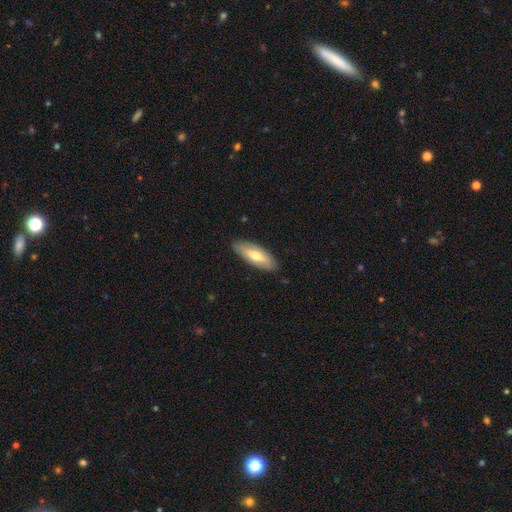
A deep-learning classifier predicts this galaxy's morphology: The model was most divided on "smooth or featured": smooth: 60%, featured or disk: 35%, star or artifact: 5%. More confident: merging — none (86%); how rounded — in between (72%).